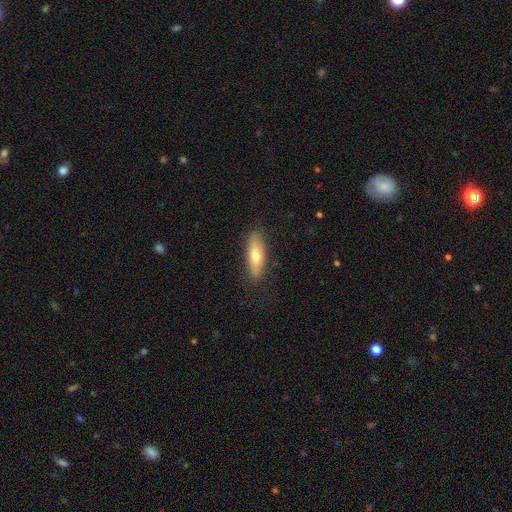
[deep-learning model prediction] Smooth or featured: smooth — 66% (featured or disk — 28%)
How rounded: cigar-shaped — 53% (in between — 44%)
Merging: none — 85% (minor disturbance — 12%)